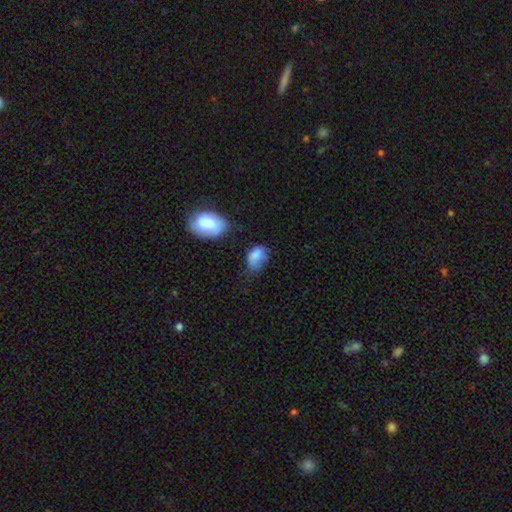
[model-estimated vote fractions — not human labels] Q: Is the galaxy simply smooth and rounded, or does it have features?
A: smooth — 81%.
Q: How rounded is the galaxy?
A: in between — 84%.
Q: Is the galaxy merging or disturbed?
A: minor disturbance — 41%.